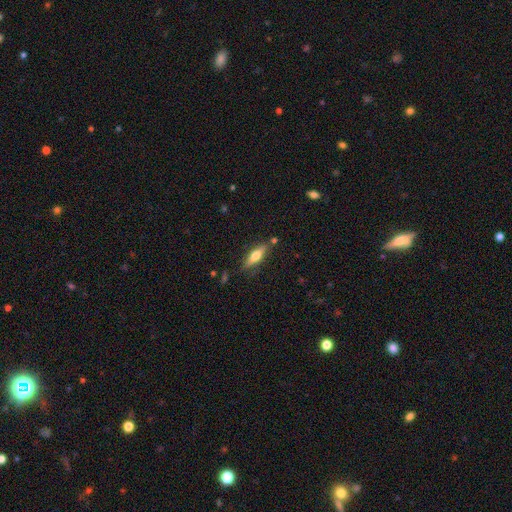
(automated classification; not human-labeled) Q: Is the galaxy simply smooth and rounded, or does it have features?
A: smooth — 60%.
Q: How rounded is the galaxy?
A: cigar-shaped — 57%.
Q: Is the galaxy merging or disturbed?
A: none — 79%.